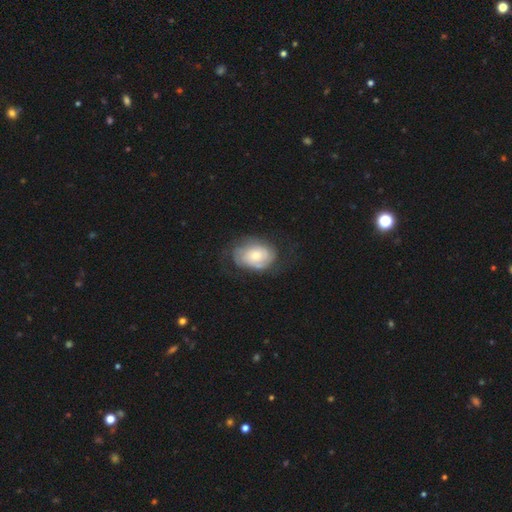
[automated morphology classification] A featured or disk galaxy (60%) with no bar (80%), spiral arms (81%) and a moderate central bulge (49%).

Vote fractions:
- Smooth or featured? featured or disk: 60% / smooth: 33% / star or artifact: 6%
- Edge-on disk? no: 96% / yes: 4%
- Bar? no: 80% / weak: 17% / strong: 3%
- Spiral arms? yes: 81% / no: 19%
- Bulge size? moderate: 49% / small: 40% / large: 7% / none: 2% / dominant: 2%
- Merging? none: 59% / minor disturbance: 23% / major disturbance: 16% / merger: 1%